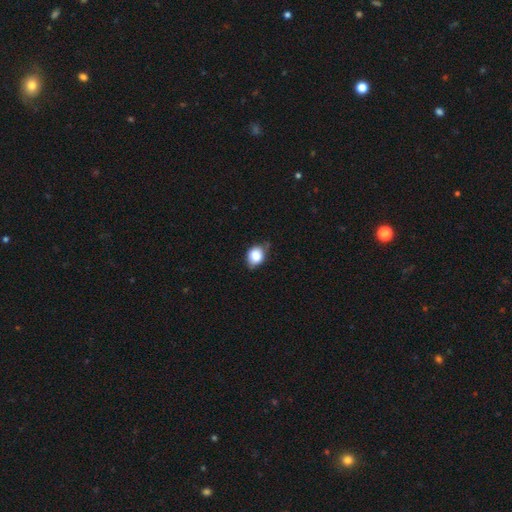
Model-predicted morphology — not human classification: This appears to be a smooth galaxy with no disk features (81%) that is in between round and cigar-shaped (50%). Merging: none (62%).